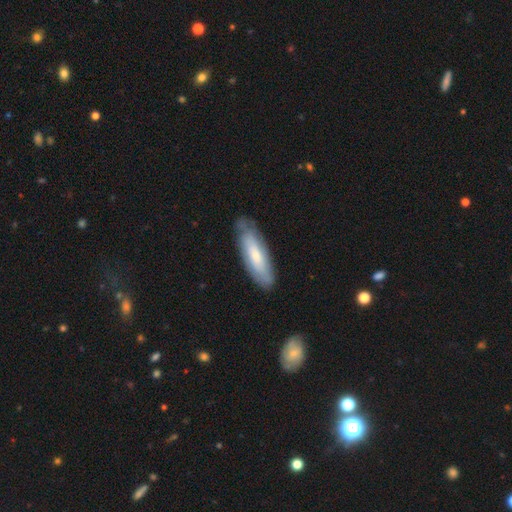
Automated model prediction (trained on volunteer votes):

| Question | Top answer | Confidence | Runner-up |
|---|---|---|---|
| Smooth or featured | smooth | 55% | featured or disk (39%) |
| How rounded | in between | 49% | tied: cigar-shaped (49%) |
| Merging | none | 76% | minor disturbance (18%) |